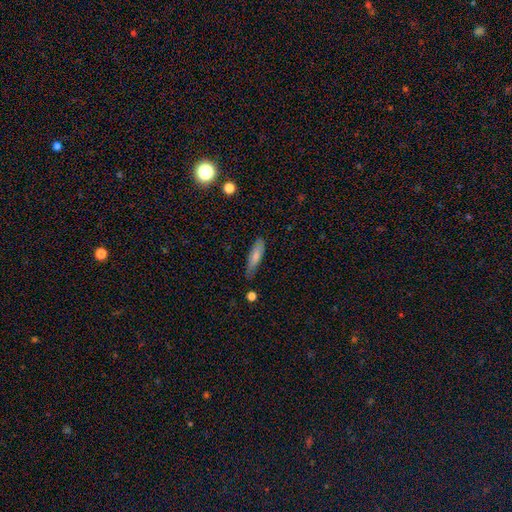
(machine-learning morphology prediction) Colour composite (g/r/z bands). It shows a smooth galaxy with no disk features (74%) that is cigar-shaped (60%). Merging: none (65%).